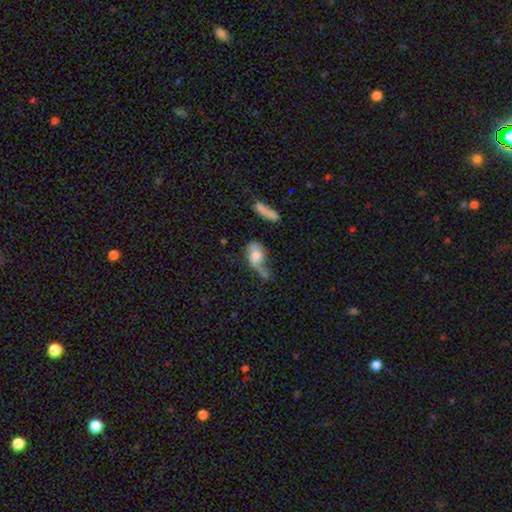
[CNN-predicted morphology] smooth 55%, featured or disk 36%, star or artifact 9%. Down the decision tree: how rounded — in between (76%); merging — major disturbance (38%).